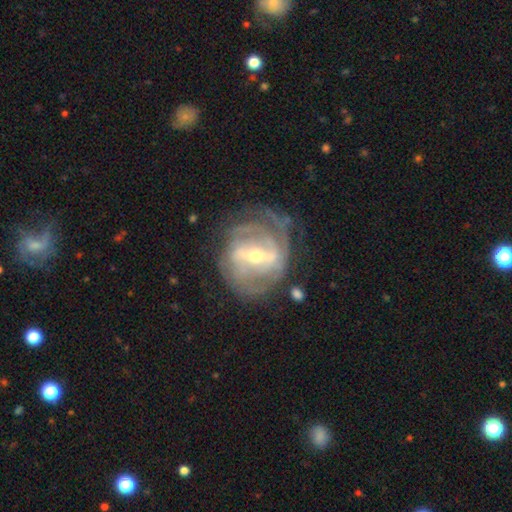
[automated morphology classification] This is clearly a featured or disk galaxy (88%). It is clearly not viewed edge-on (96%). Bar: likely strong (62%). Spiral arm pattern: clearly yes (91%). Spiral arm count: marginally 2 (40%). Spiral winding: possibly tight (52%). Central bulge: possibly moderate (57%). Merging: likely none (64%).